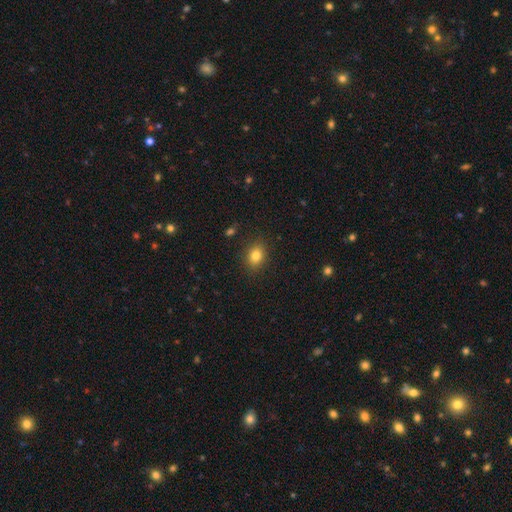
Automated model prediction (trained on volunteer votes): This appears to be a smooth galaxy with no disk features (82%) that is in between round and cigar-shaped (58%). Merging: none (88%).